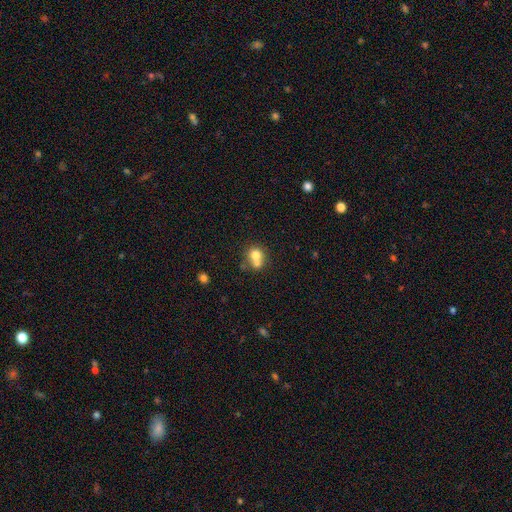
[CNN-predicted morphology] The model was most divided on "merging": merger: 57%, none: 33%, minor disturbance: 7%, major disturbance: 3%. More confident: how rounded — round (77%); smooth or featured — smooth (71%).